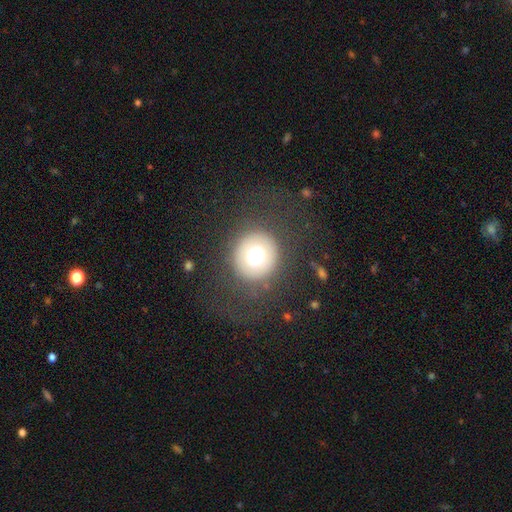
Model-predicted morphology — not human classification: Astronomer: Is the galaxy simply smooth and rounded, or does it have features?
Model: smooth — 67%.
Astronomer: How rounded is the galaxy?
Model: round — 92%.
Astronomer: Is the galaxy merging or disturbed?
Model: none — 82%.